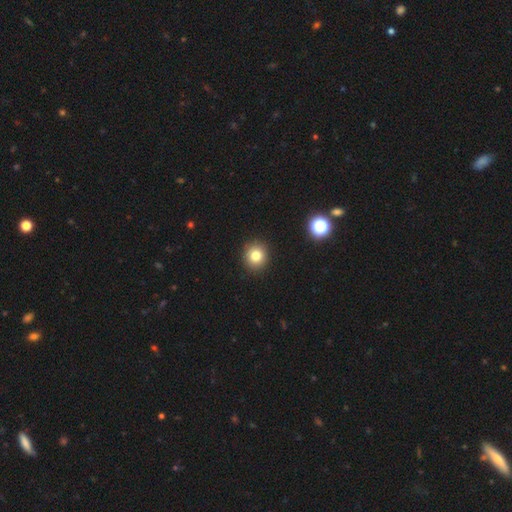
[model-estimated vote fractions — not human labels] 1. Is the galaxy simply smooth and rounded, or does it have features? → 80% smooth, 12% star or artifact, 8% featured or disk.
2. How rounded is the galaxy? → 88% round, 11% in between, 1% cigar-shaped.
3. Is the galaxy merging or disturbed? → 92% none, 5% minor disturbance, 2% major disturbance, 1% merger.